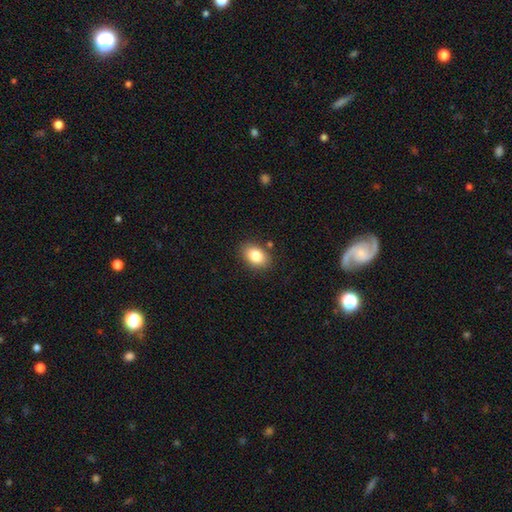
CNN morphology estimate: Smooth or featured? smooth (83%)
How rounded? in between (81%)
Merging? none (84%)